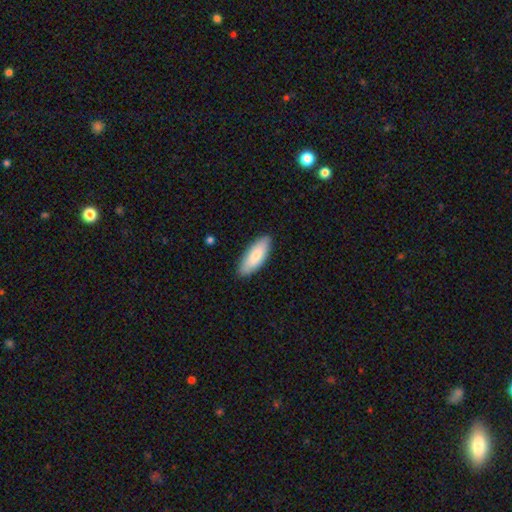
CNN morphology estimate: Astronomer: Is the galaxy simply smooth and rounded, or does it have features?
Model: smooth — 79%.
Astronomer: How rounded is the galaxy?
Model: in between — 74%.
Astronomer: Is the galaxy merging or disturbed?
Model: none — 87%.